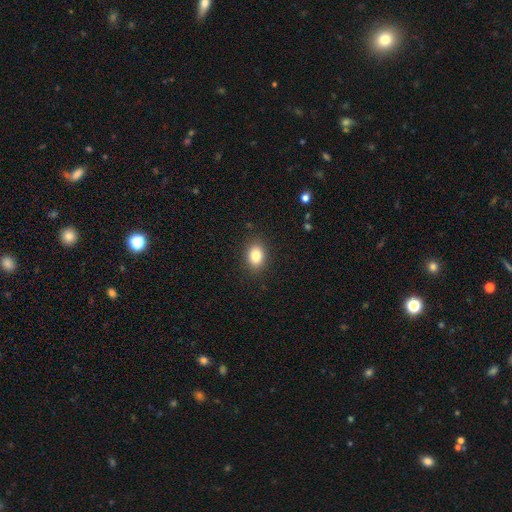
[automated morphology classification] Q: Smooth or featured?
A: smooth (84%); runner-up: star or artifact (9%)
Q: How rounded?
A: in between (73%); runner-up: round (26%)
Q: Merging?
A: none (88%); runner-up: minor disturbance (8%)